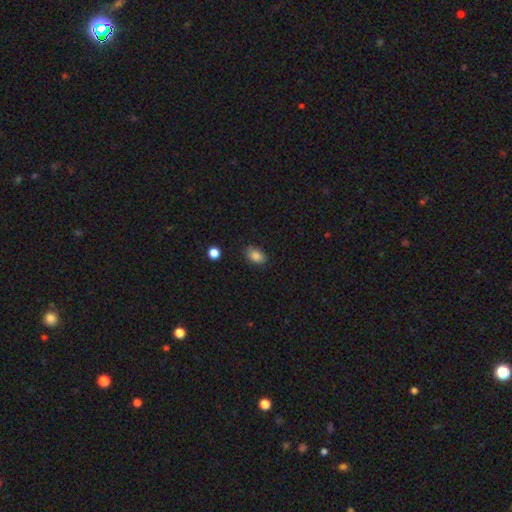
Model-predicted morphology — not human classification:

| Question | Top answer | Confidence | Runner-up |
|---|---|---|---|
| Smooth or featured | smooth | 86% | star or artifact (9%) |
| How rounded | in between | 84% | round (15%) |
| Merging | none | 82% | minor disturbance (14%) |